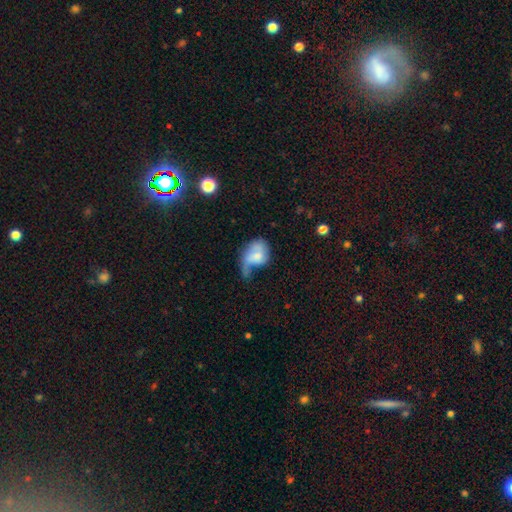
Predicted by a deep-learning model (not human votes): Smooth or featured? Predicted: smooth (p=0.52). How rounded? Predicted: in between (p=0.68). Merging? Predicted: major disturbance (p=0.43).